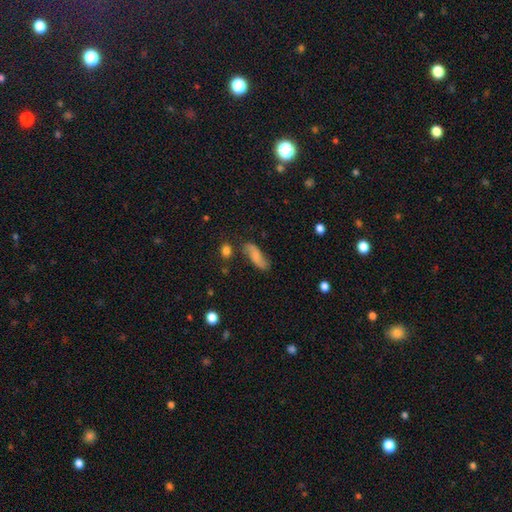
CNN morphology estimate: A smooth galaxy with no disk features (54%) that is in between round and cigar-shaped (60%). Merging: none (69%).